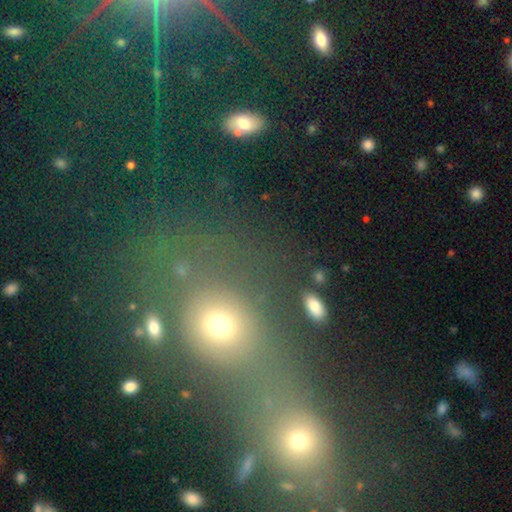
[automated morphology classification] type=smooth (52%); roundness=round (66%); merging=merger (48%).